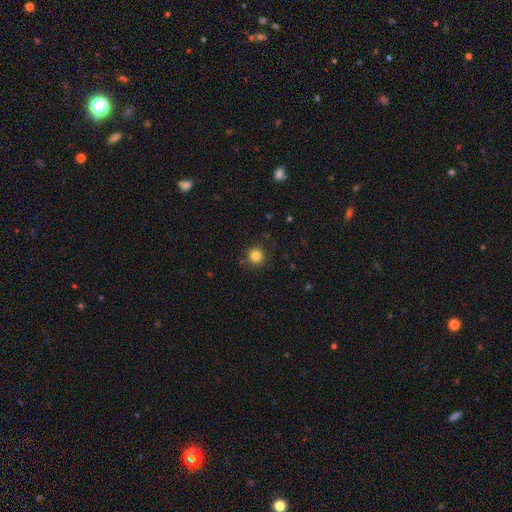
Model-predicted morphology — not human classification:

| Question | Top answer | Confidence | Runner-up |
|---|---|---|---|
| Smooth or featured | smooth | 83% | star or artifact (12%) |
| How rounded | round | 94% | in between (5%) |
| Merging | none | 90% | minor disturbance (7%) |